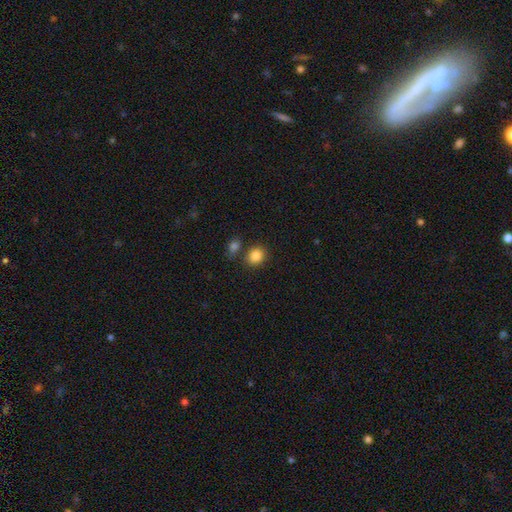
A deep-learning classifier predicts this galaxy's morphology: type=smooth (86%); roundness=round (70%); merging=none (75%).